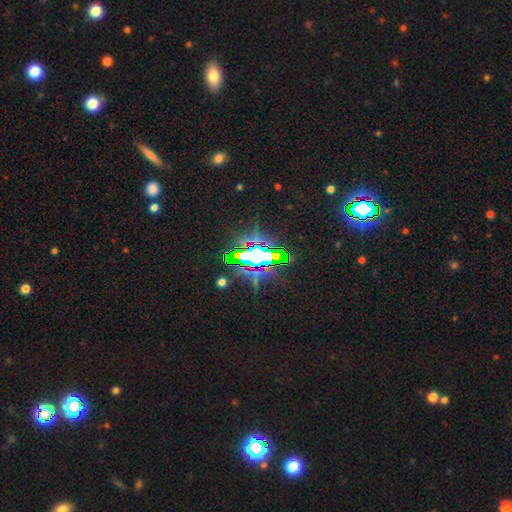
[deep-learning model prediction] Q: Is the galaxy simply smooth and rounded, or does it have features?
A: star or artifact — 71%.